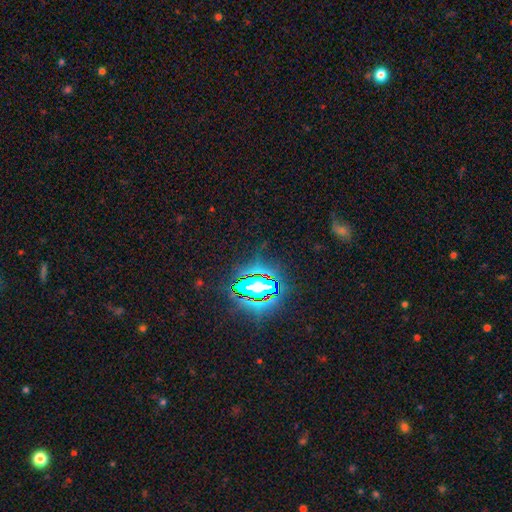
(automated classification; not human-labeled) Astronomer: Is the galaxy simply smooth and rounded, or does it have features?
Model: star or artifact — 83%.